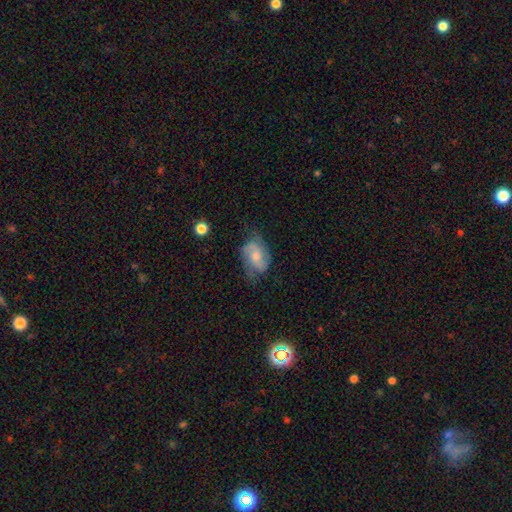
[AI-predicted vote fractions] Smooth or featured?
  - featured or disk: 57% *
  - smooth: 35%
  - star or artifact: 8%
Edge-on disk?
  - no: 96% *
  - yes: 4%
Bar?
  - no: 59% *
  - weak: 34%
  - strong: 7%
Spiral arms?
  - yes: 86% *
  - no: 14%
Bulge size?
  - moderate: 50% *
  - small: 32%
  - none: 9%
  - large: 8%
  - dominant: 2%
Merging?
  - none: 56% *
  - minor disturbance: 29%
  - major disturbance: 13%
  - merger: 2%